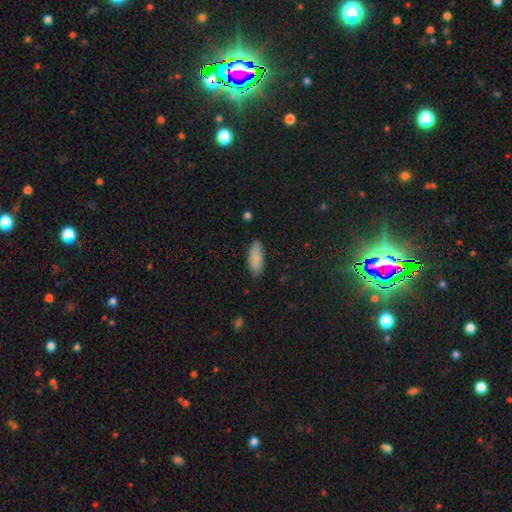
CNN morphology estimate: Q: Smooth or featured?
A: smooth (86%); runner-up: star or artifact (7%)
Q: How rounded?
A: in between (70%); runner-up: cigar-shaped (28%)
Q: Merging?
A: none (83%); runner-up: minor disturbance (13%)